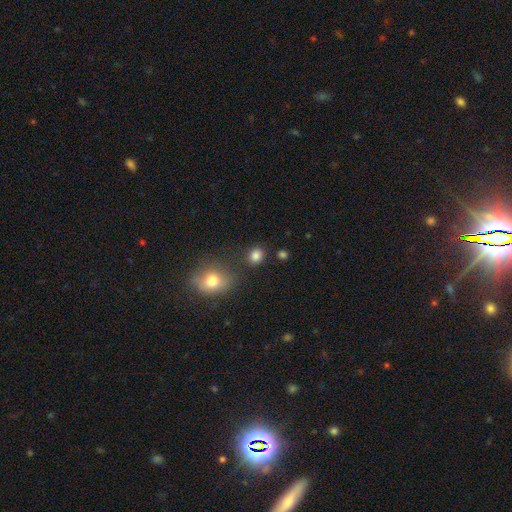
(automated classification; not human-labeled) This appears to be a smooth galaxy with no disk features (84%) that is round (62%). Merging: none (80%).